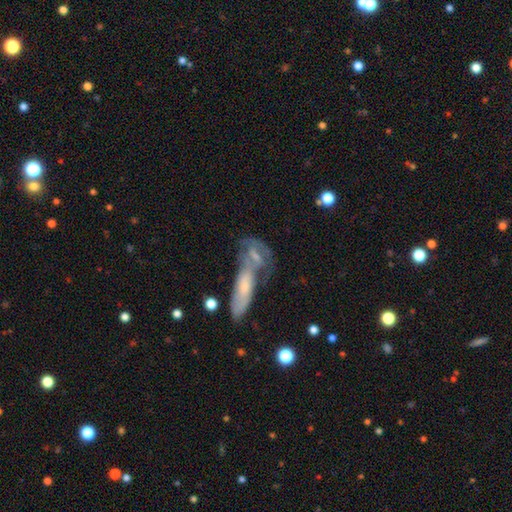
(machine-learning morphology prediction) A featured or disk galaxy (50%). Merging: merger (59%).